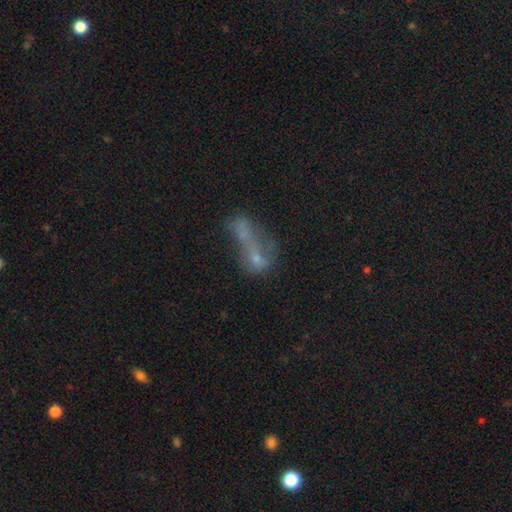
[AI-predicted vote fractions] Smooth or featured: smooth — 48% (featured or disk — 35%)
Merging: merger — 60% (major disturbance — 17%)